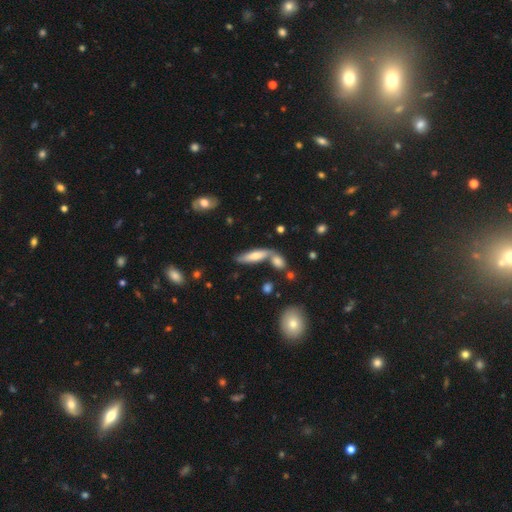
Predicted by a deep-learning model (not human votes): This appears to be a smooth galaxy with no disk features (64%) that is cigar-shaped (63%). Merging: none (54%).